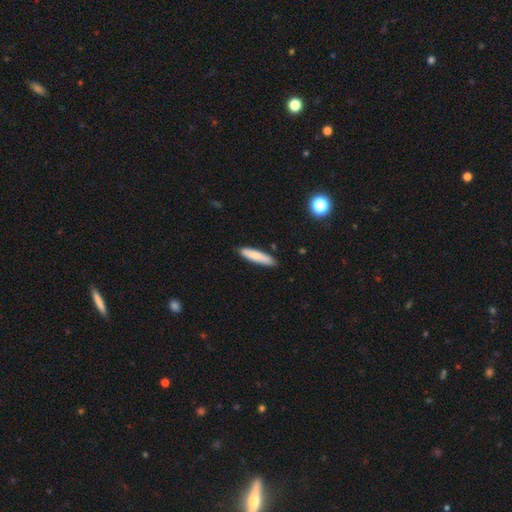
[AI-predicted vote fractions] A smooth galaxy with no disk features (80%) that is cigar-shaped (81%). Merging: none (86%).